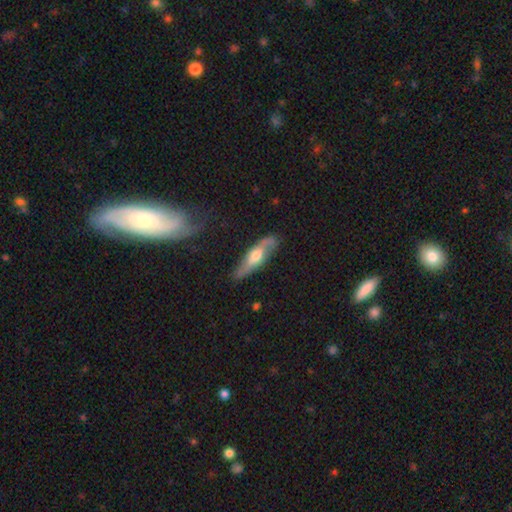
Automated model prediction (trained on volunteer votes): Q: Smooth or featured?
A: featured or disk (58%); runner-up: smooth (37%)
Q: Edge-on disk?
A: no (51%); runner-up: yes (49%)
Q: Merging?
A: none (77%); runner-up: minor disturbance (17%)